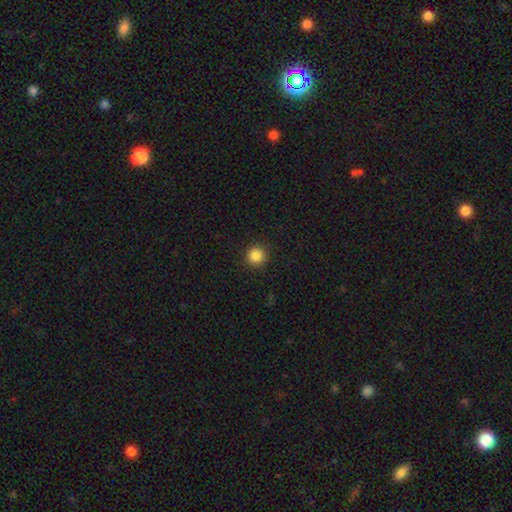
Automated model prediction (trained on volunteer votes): smooth 86%, star or artifact 11%, featured or disk 3%. Down the decision tree: how rounded — round (95%); merging — none (92%).